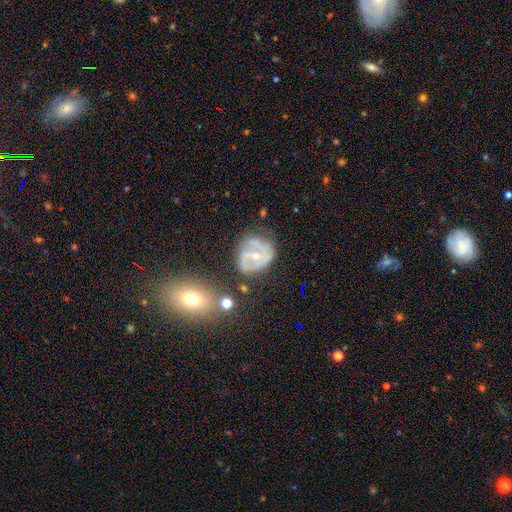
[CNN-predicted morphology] Smooth or featured: featured or disk — 75% (smooth — 16%)
Edge-on disk: no — 97% (yes — 3%)
Bar: no — 60% (weak — 29%)
Spiral arms: yes — 78% (no — 22%)
Spiral winding: tight — 43% (medium — 39%)
Spiral arm count: 2 — 40% (can't tell — 27%)
Bulge size: small — 62% (moderate — 34%)
Merging: none — 44% (minor disturbance — 28%)